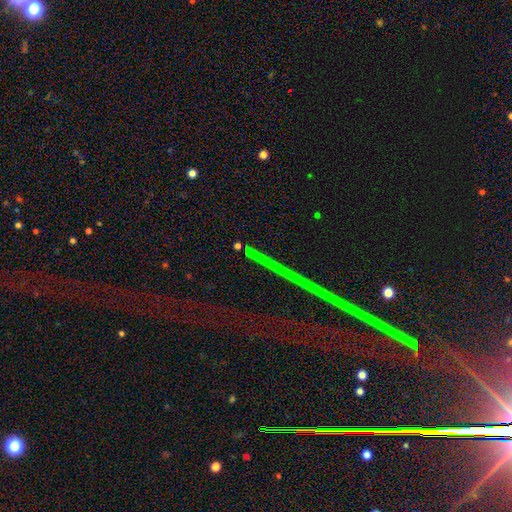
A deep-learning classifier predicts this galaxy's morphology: This is likely a star or artifact rather than a galaxy (79%).